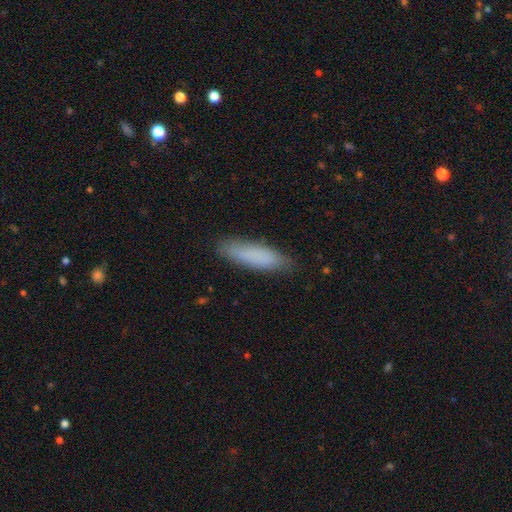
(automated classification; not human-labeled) smooth 83%, featured or disk 10%, star or artifact 7%. Down the decision tree: how rounded — cigar-shaped (71%); merging — none (85%).